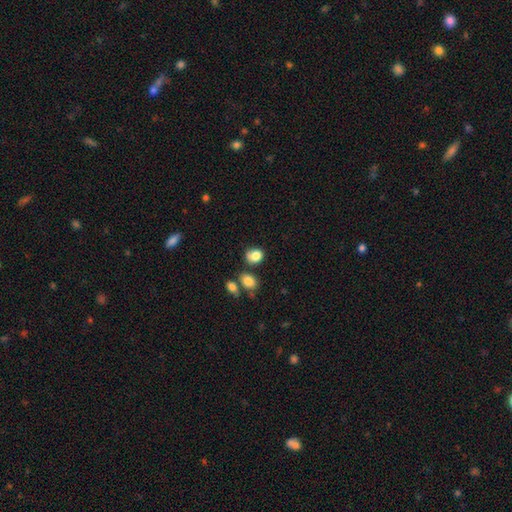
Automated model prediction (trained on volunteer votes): Morphology: type=smooth (82%); roundness=round (53%); merging=none (52%).